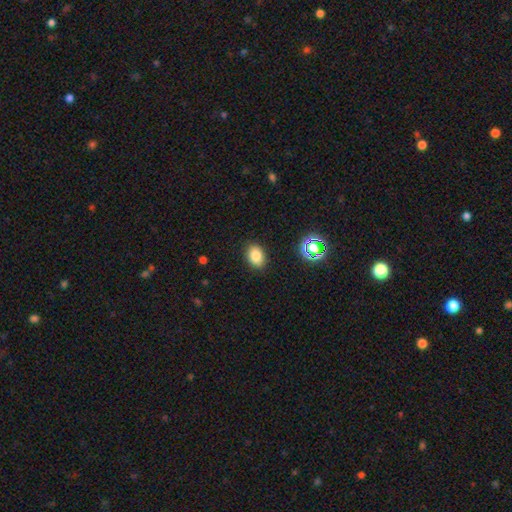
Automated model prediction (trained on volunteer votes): Smooth or featured: smooth — 82% (star or artifact — 12%)
How rounded: in between — 80% (round — 19%)
Merging: none — 88% (minor disturbance — 8%)